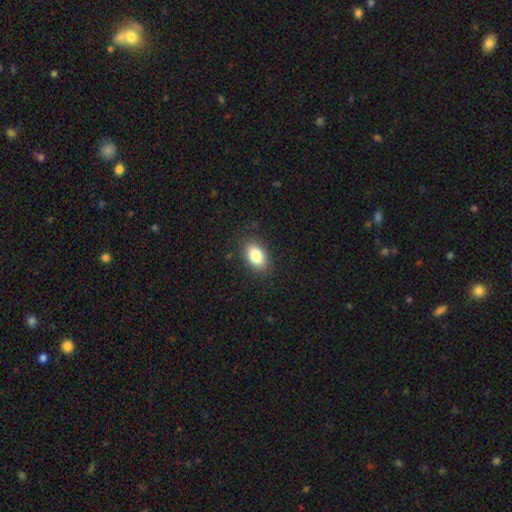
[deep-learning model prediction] Smooth or featured? smooth (83%)
How rounded? in between (86%)
Merging? none (87%)